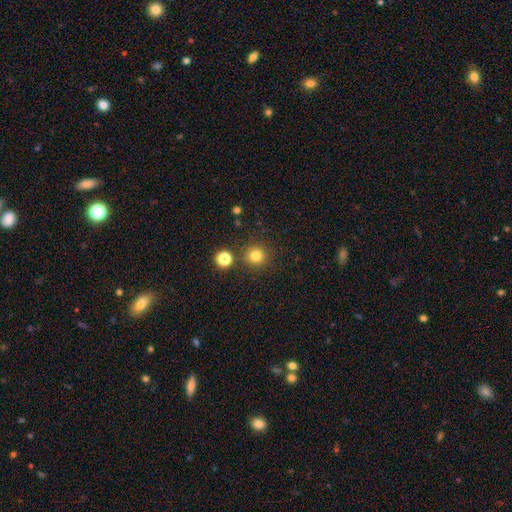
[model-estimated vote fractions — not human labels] Smooth or featured? Predicted: smooth (p=0.80). How rounded? Predicted: round (p=0.94). Merging? Predicted: none (p=0.86).